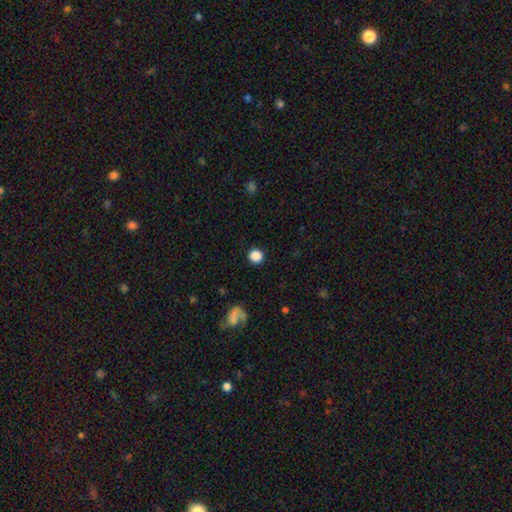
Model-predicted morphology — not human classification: smooth-or-featured: smooth: 85% | star or artifact: 10% | featured or disk: 5%
  how-rounded: round: 92% | in between: 7% | cigar-shaped: 1%
  merging: none: 90% | minor disturbance: 5% | major disturbance: 3% | merger: 1%